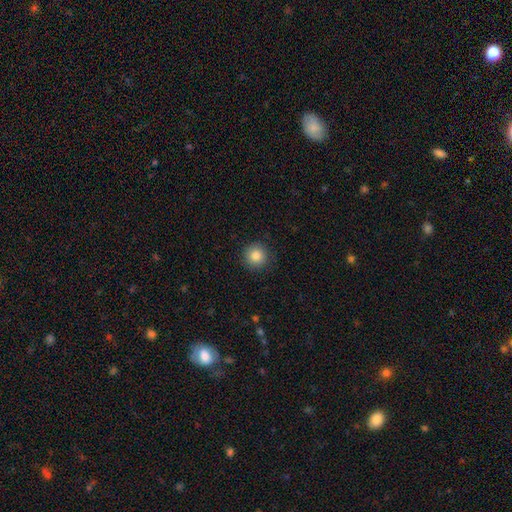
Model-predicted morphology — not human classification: This is clearly a smooth galaxy (85%). How rounded: clearly round (95%). Merging: clearly none (90%).